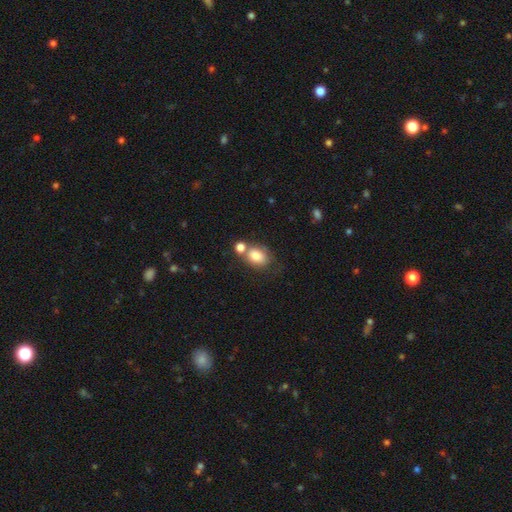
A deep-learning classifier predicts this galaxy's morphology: Smooth or featured? smooth (81%)
How rounded? in between (67%)
Merging? none (44%)